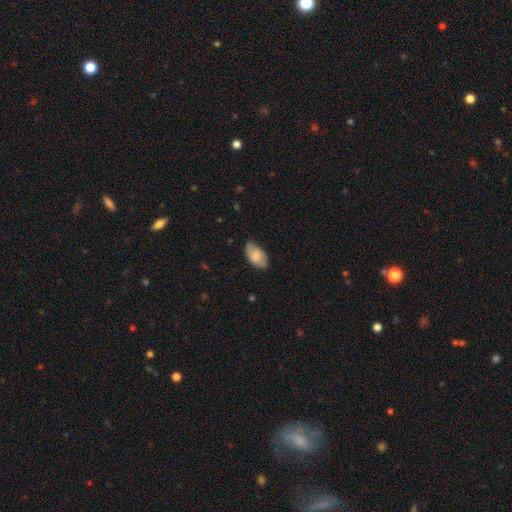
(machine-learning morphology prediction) Smooth or featured: smooth — 77% (featured or disk — 17%)
How rounded: in between — 94% (round — 4%)
Merging: none — 72% (minor disturbance — 24%)